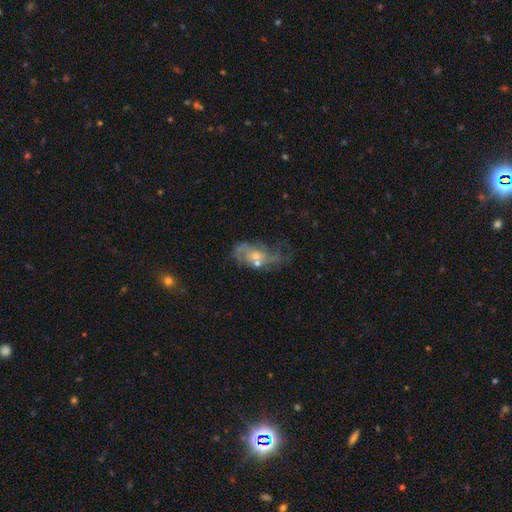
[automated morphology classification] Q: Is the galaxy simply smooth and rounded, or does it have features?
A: featured or disk — 62%.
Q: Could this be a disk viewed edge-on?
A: no — 93%.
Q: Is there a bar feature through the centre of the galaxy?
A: no — 76%.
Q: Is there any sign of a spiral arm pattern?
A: yes — 53%.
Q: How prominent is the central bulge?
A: small — 54%.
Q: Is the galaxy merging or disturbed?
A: none — 34%.